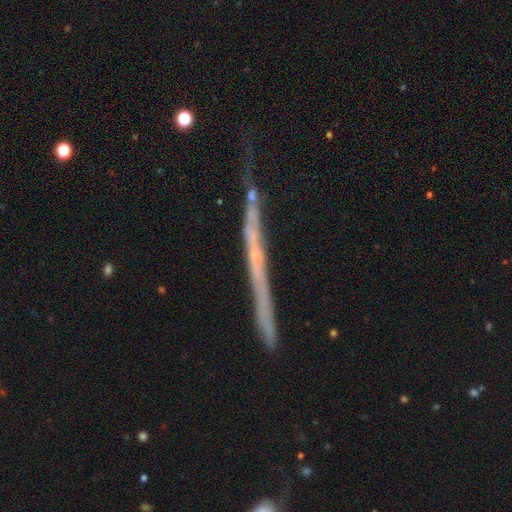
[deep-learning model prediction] Overall: featured or disk (71%). Edge-on disk: yes (95%). Edge-on bulge: none (78%). Merging: none (69%).